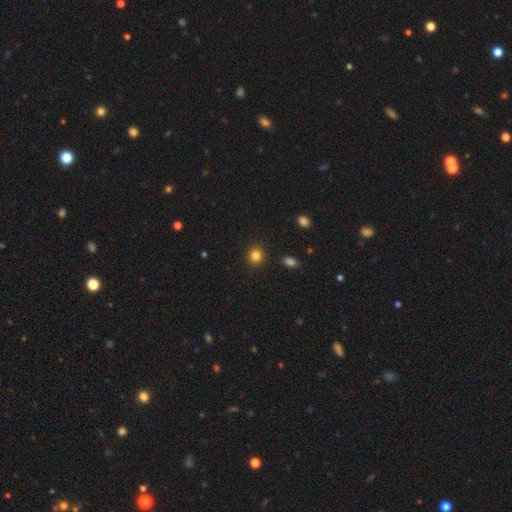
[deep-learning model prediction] This appears to be a smooth galaxy with no disk features (83%) that is round (90%). Merging: none (91%).